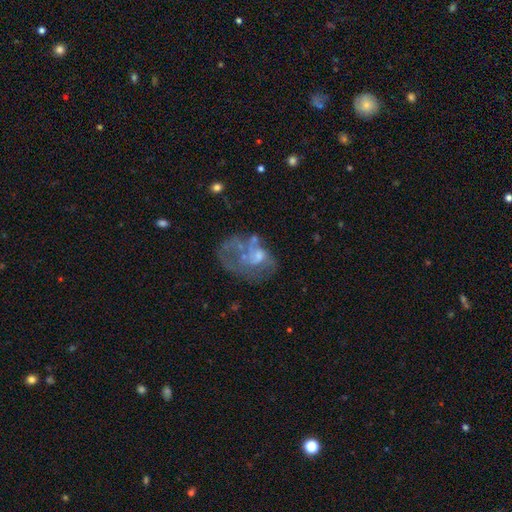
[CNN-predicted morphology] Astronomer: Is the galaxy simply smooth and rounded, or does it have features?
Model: featured or disk — 62%.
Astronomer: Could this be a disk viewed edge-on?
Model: no — 98%.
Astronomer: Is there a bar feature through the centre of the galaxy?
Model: no — 78%.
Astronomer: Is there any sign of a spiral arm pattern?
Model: no — 66%.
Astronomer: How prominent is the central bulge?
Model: none — 41% (runner-up: moderate, 27%).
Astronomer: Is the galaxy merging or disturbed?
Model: major disturbance — 45% (runner-up: none, 25%).